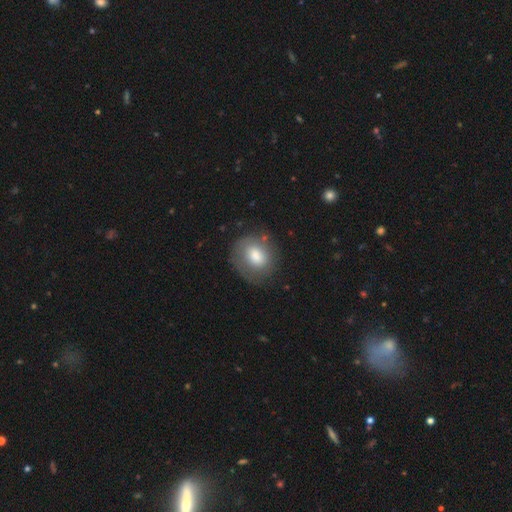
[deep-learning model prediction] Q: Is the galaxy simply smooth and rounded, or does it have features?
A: smooth — 69%.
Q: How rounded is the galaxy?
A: round — 64%.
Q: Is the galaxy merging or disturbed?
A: none — 68%.